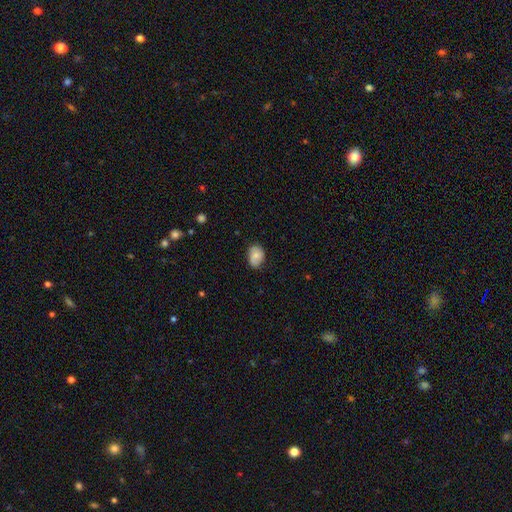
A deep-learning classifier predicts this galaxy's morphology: Overall: smooth (74%). How rounded: in between (75%). Merging: none (76%).